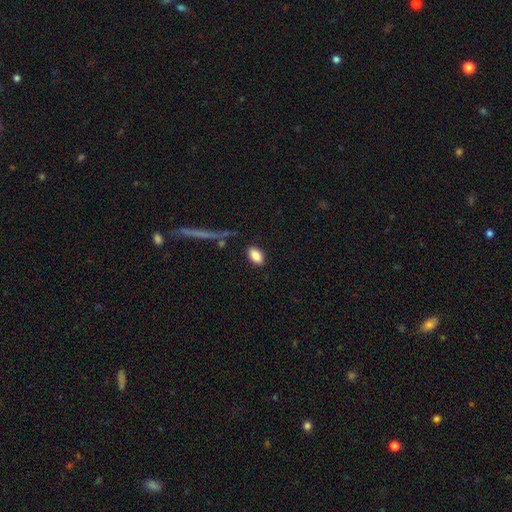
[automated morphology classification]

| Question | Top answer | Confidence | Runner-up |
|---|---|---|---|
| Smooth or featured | smooth | 86% | star or artifact (7%) |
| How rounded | in between | 91% | round (6%) |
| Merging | none | 85% | minor disturbance (10%) |